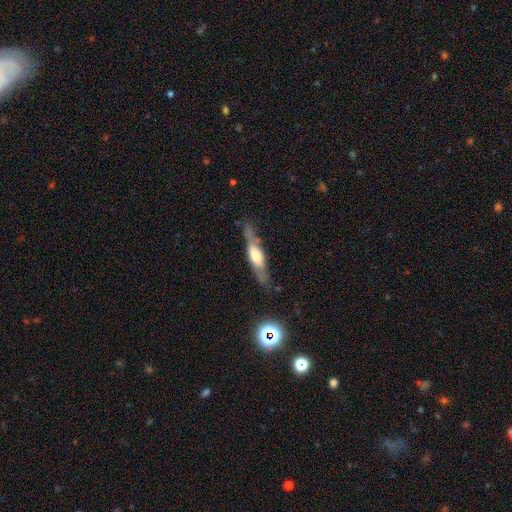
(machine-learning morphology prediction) The model was most divided on "smooth or featured": featured or disk: 58%, smooth: 35%, star or artifact: 6%. More confident: edge-on disk — yes (81%); merging — none (74%).